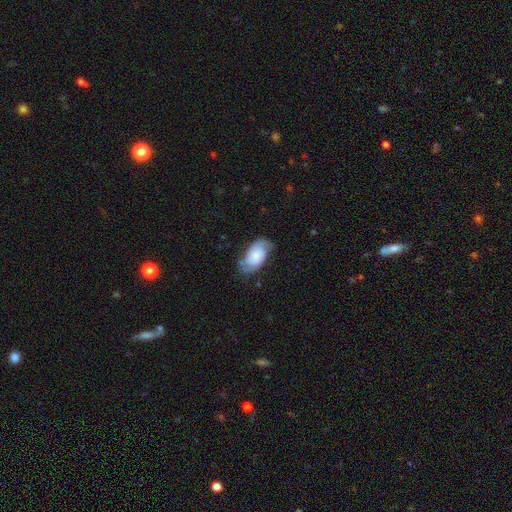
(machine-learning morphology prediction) Overall: smooth (48%; featured or disk 44%). Merging: none (61%; minor disturbance 28%).